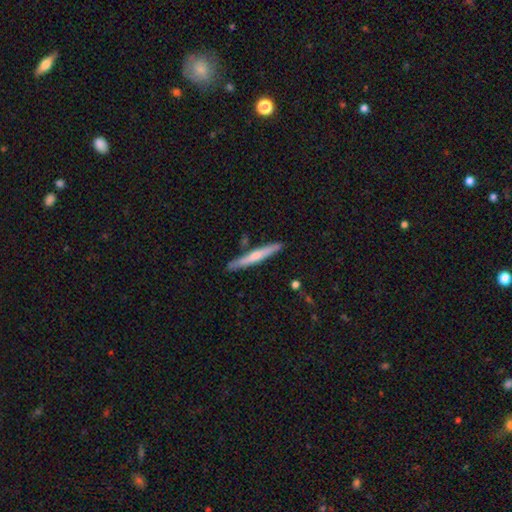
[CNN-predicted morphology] Smooth or featured? Predicted: smooth (p=0.51). How rounded? Predicted: cigar-shaped (p=0.95). Merging? Predicted: none (p=0.84).